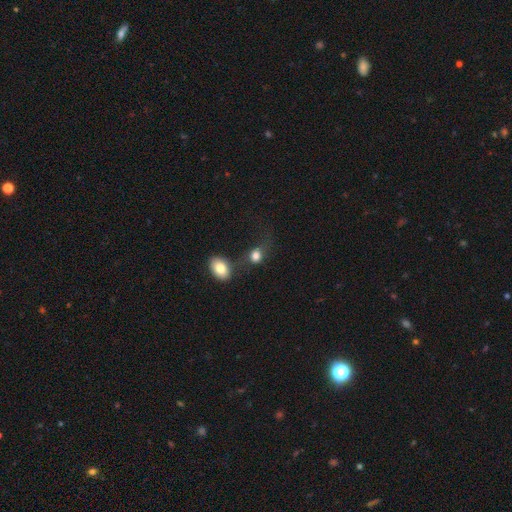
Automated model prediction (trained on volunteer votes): A smooth galaxy with no disk features (80%) that is in between round and cigar-shaped (54%). Merging: none (40%).